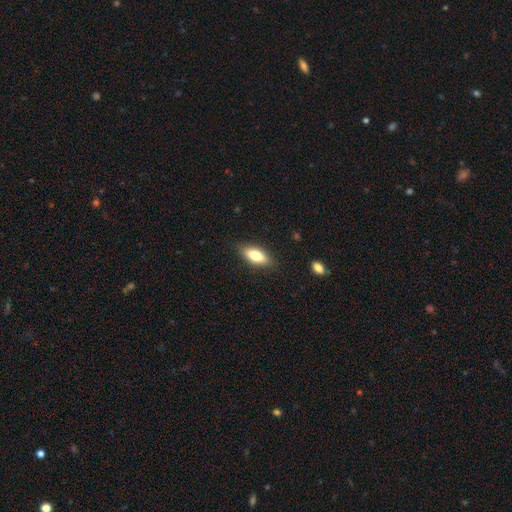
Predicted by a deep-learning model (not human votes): smooth 76%, featured or disk 17%, star or artifact 7%. Down the decision tree: how rounded — in between (76%); merging — none (86%).